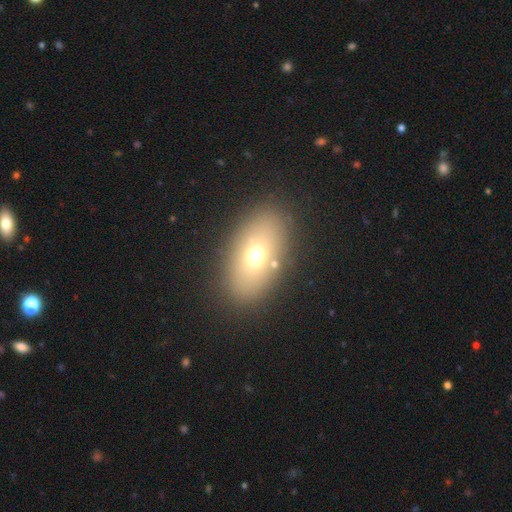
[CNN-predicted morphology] This is likely a smooth galaxy (65%). How rounded: clearly in between (83%). Merging: clearly none (84%).